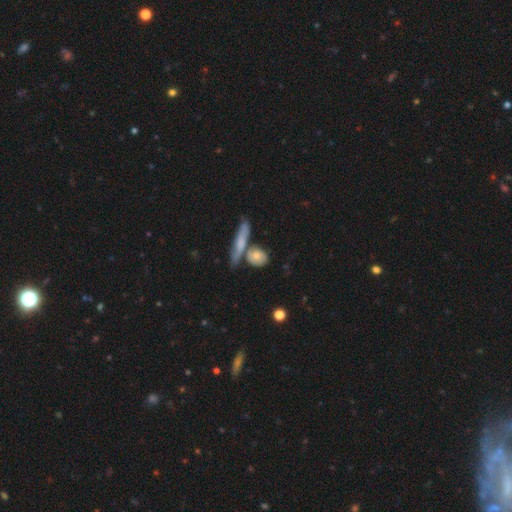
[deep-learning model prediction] Overall: smooth (57%; featured or disk 33%). How rounded: round (35%; cigar-shaped 32%). Merging: none (59%; merger 24%).